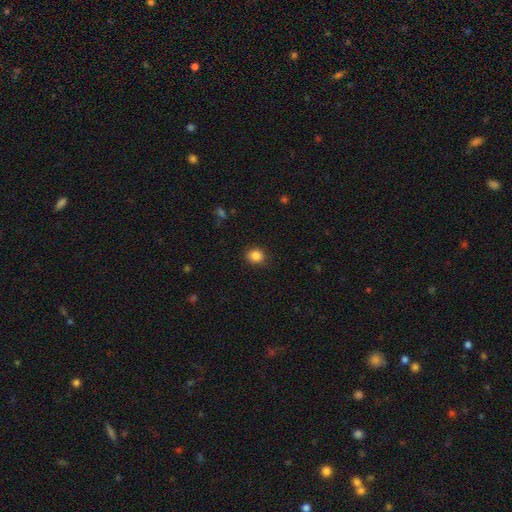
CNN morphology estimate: Smooth or featured? Predicted: smooth (p=0.85). How rounded? Predicted: round (p=0.70). Merging? Predicted: none (p=0.83).